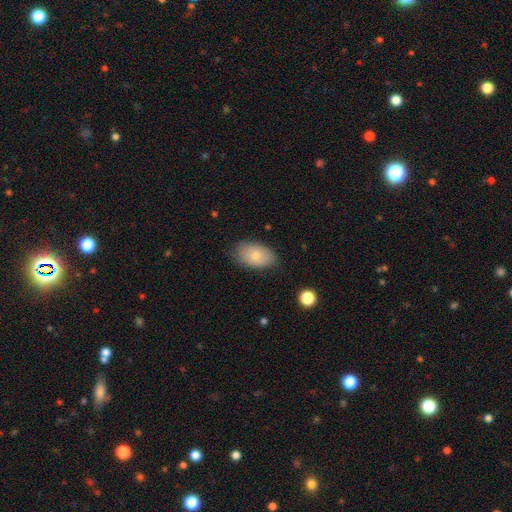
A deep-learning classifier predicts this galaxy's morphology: smooth_or_featured: smooth (p=0.79) [alt: featured or disk p=0.14]
how_rounded: in between (p=0.91) [alt: round p=0.07]
merging: none (p=0.78) [alt: minor disturbance p=0.17]